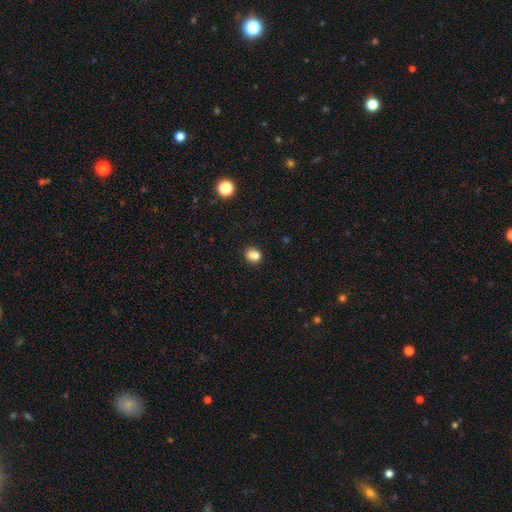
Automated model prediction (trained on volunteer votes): Smooth or featured? smooth (79%)
How rounded? round (61%)
Merging? none (57%)